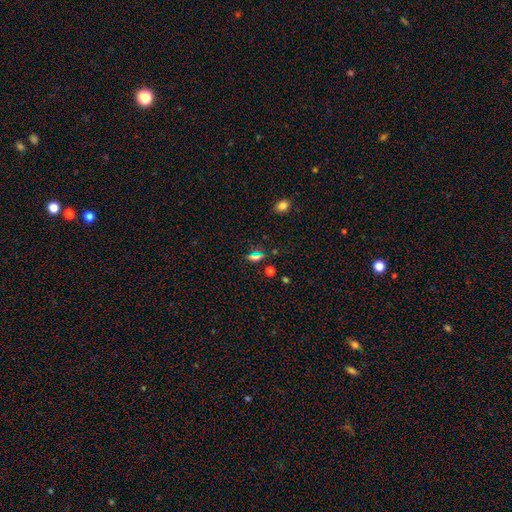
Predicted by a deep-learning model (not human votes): Smooth or featured: smooth — 50% (star or artifact — 38%)
Merging: none — 84% (minor disturbance — 9%)